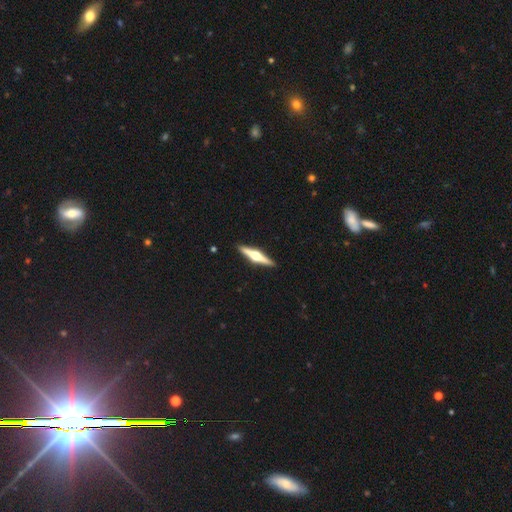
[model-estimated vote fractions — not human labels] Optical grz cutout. It shows a featured or disk galaxy (77%) viewed edge-on (98%) with a rounded central bulge (95%). Merging: none (92%).